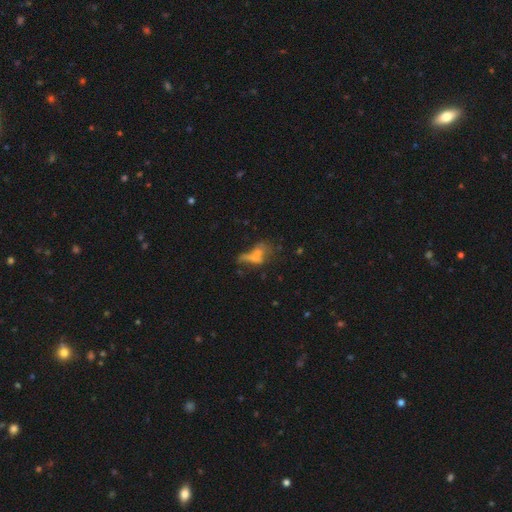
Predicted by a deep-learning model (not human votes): This is possibly a smooth galaxy (46%). Merging: marginally merger (39%).